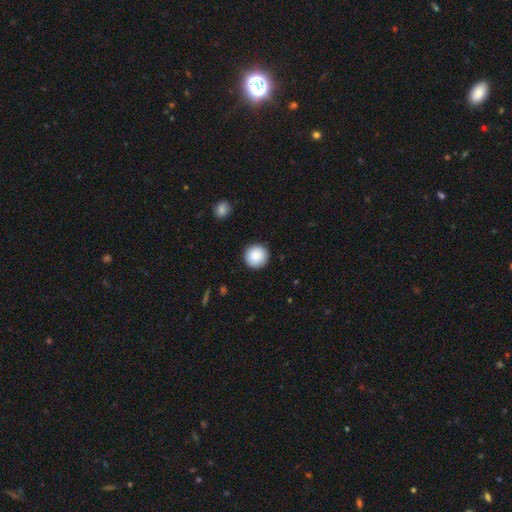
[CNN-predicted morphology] type=smooth (89%); roundness=round (96%); merging=none (92%).